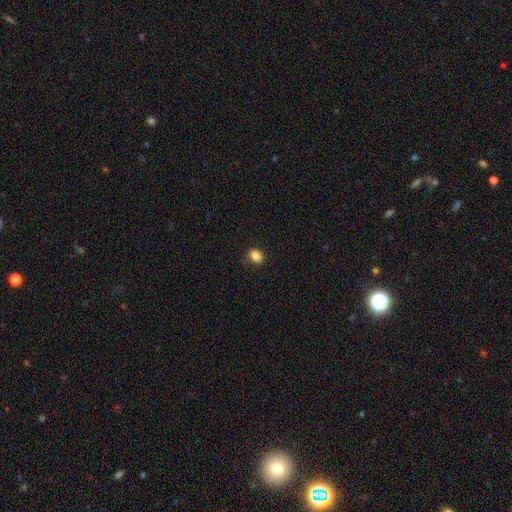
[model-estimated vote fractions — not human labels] Morphology: type=smooth (86%); roundness=in between (64%); merging=none (85%).